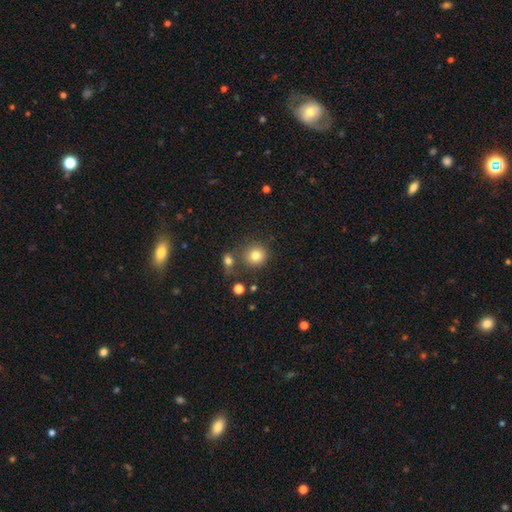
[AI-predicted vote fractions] This is clearly a smooth galaxy (81%). How rounded: clearly round (90%). Merging: likely none (70%).